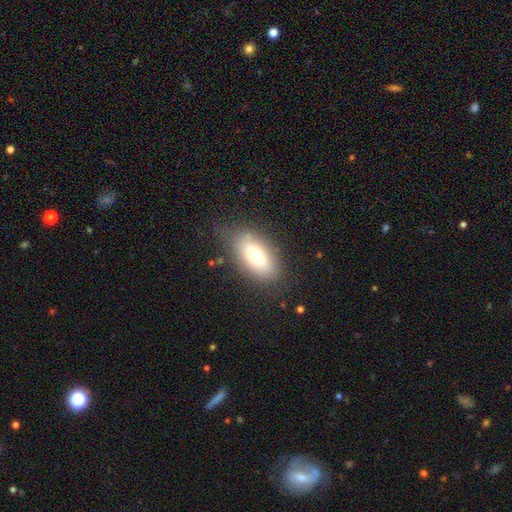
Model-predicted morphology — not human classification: smooth 69%, featured or disk 22%, star or artifact 9%. Down the decision tree: how rounded — in between (85%); merging — none (75%).